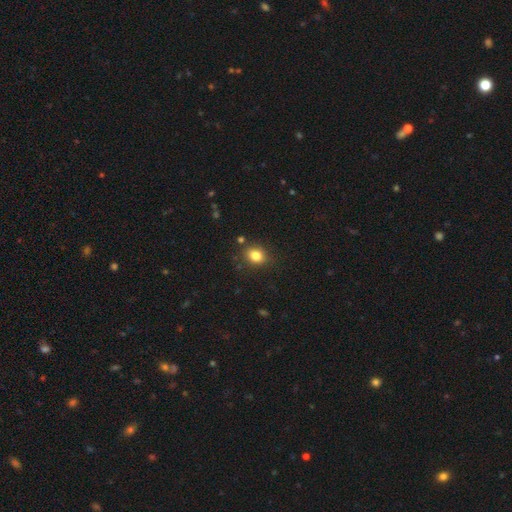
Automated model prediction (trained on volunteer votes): Morphology: type=smooth (82%); roundness=round (55%); merging=none (84%).